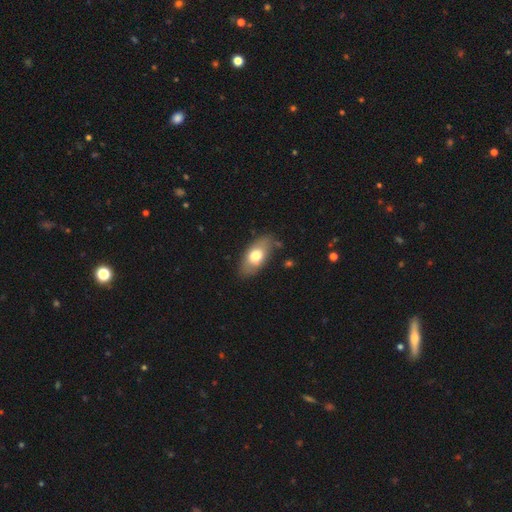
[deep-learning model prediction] The model was most divided on "smooth or featured": smooth: 69%, featured or disk: 25%, star or artifact: 6%. More confident: how rounded — in between (89%); merging — none (79%).